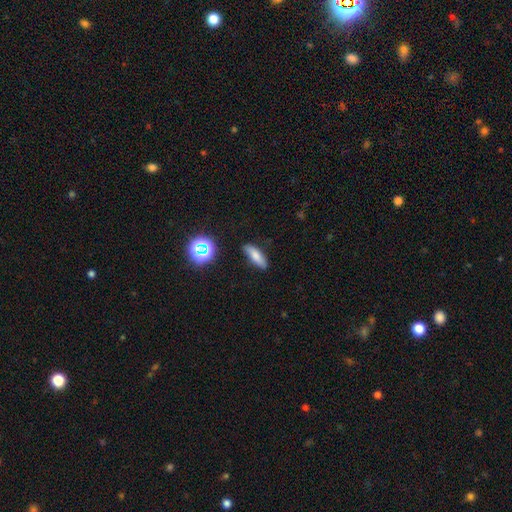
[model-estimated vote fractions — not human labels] This appears to be a smooth galaxy with no disk features (74%) that is in between round and cigar-shaped (50%). Merging: none (84%).